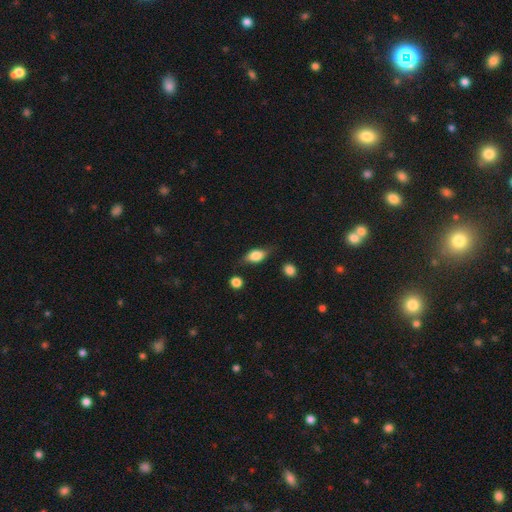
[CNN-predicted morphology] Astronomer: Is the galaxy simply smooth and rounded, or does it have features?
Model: smooth — 69%.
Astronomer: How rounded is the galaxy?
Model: in between — 81%.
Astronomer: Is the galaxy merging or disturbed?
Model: none — 68%.